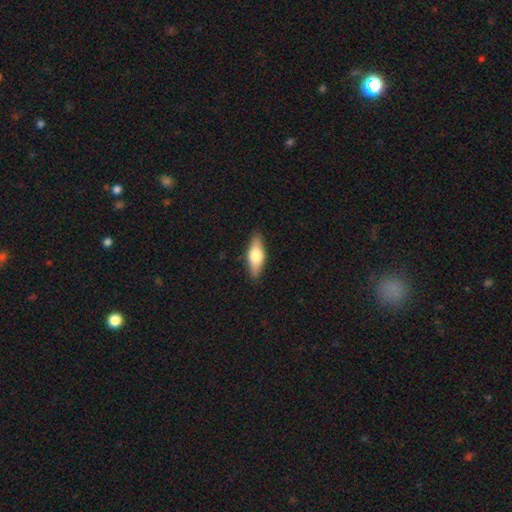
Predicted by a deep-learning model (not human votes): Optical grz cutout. It shows a smooth galaxy with no disk features (64%) that is in between round and cigar-shaped (67%). Merging: none (87%).